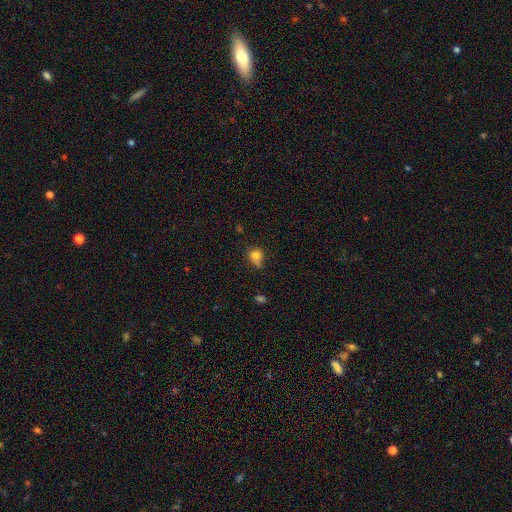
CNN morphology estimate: smooth 79%, star or artifact 12%, featured or disk 9%. Down the decision tree: how rounded — round (75%); merging — none (48%).